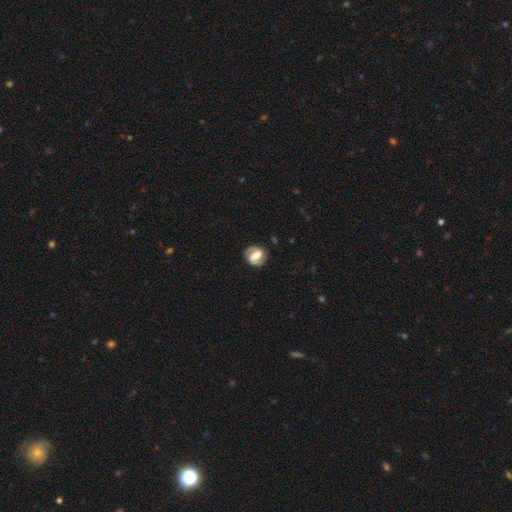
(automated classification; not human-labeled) featured or disk 77%, smooth 17%, star or artifact 6%. Down the decision tree: edge-on disk — no (97%); bar — strong (44%); spiral arms — yes (92%); spiral arm count — 2 (88%); spiral winding — medium (45%); bulge size — moderate (44%); merging — none (81%).